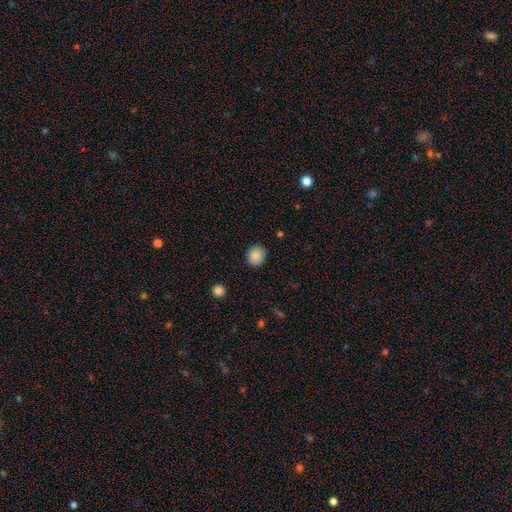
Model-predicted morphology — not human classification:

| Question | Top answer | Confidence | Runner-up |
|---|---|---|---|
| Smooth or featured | smooth | 88% | star or artifact (9%) |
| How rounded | round | 81% | in between (18%) |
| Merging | none | 89% | minor disturbance (8%) |